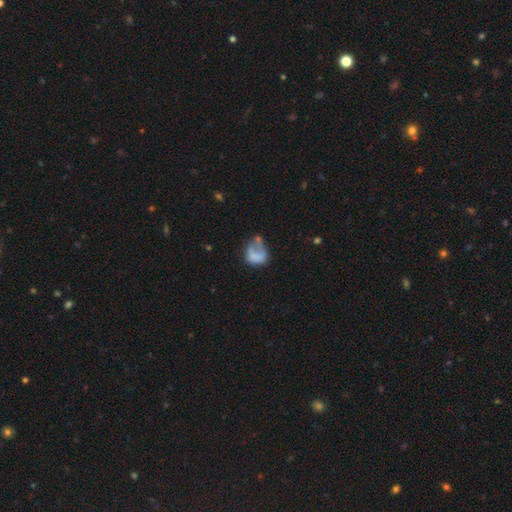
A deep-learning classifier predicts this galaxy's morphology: smooth 60%, featured or disk 30%, star or artifact 10%. Down the decision tree: how rounded — in between (56%); merging — major disturbance (38%).